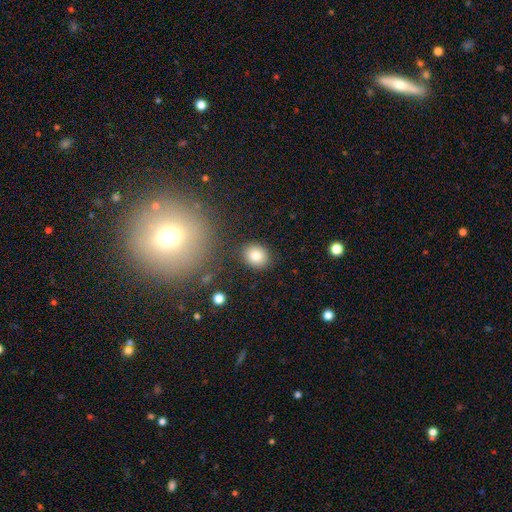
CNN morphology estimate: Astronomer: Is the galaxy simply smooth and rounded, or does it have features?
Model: smooth — 83%.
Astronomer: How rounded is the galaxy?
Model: round — 67%.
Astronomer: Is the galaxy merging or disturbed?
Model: none — 86%.